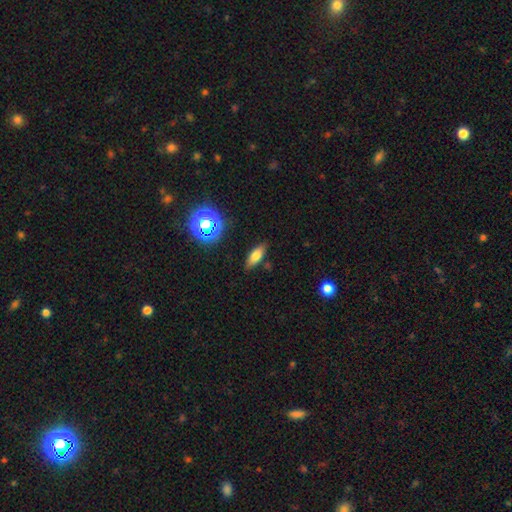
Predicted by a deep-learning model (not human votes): smooth-or-featured: smooth: 72% | featured or disk: 15% | star or artifact: 13%
  how-rounded: in between: 73% | cigar-shaped: 23% | round: 5%
  merging: none: 83% | minor disturbance: 12% | major disturbance: 3% | merger: 2%